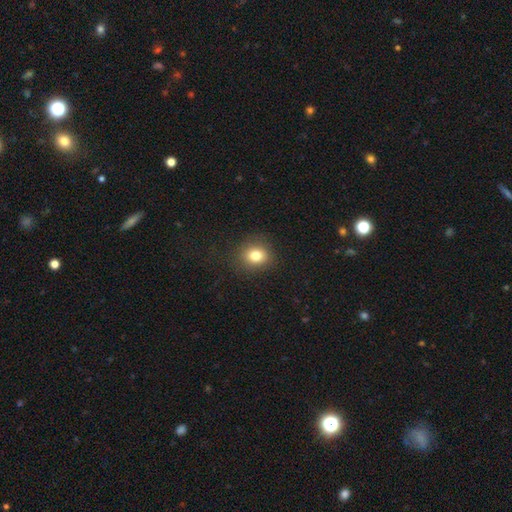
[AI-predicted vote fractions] Smooth or featured? Predicted: smooth (p=0.80). How rounded? Predicted: round (p=0.75). Merging? Predicted: none (p=0.86).